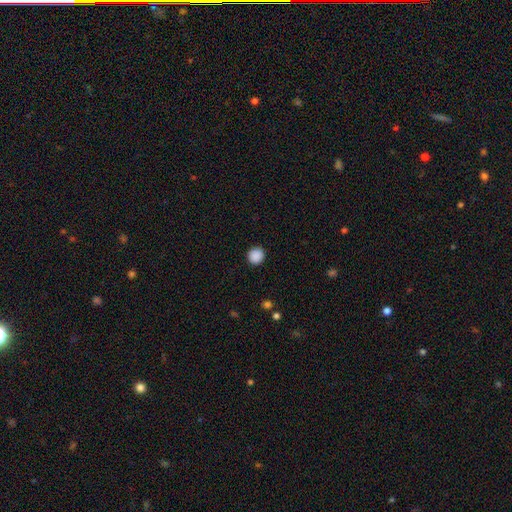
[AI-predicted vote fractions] smooth_or_featured: smooth (p=0.89) [alt: star or artifact p=0.09]
how_rounded: round (p=0.91) [alt: in between p=0.08]
merging: none (p=0.92) [alt: minor disturbance p=0.05]